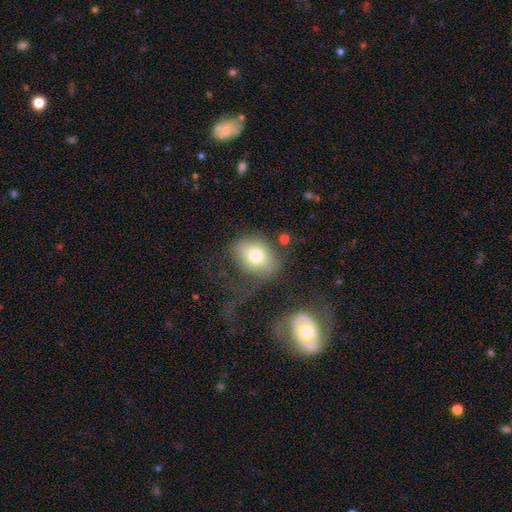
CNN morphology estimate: smooth_or_featured: smooth (p=0.73) [alt: featured or disk p=0.18]
how_rounded: in between (p=0.55) [alt: round p=0.44]
merging: none (p=0.40) [alt: major disturbance p=0.35]